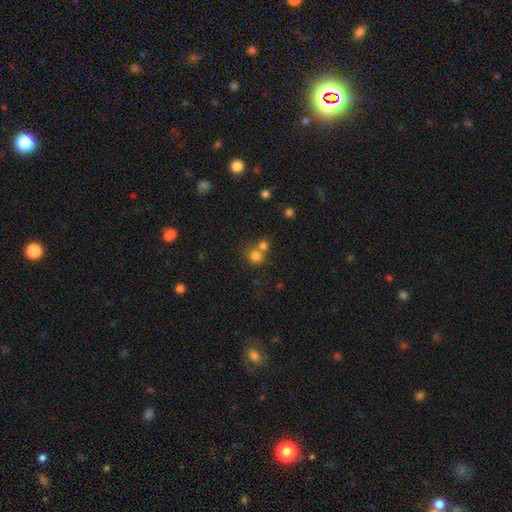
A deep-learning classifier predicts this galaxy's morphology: type=smooth (77%); roundness=round (86%); merging=none (46%).